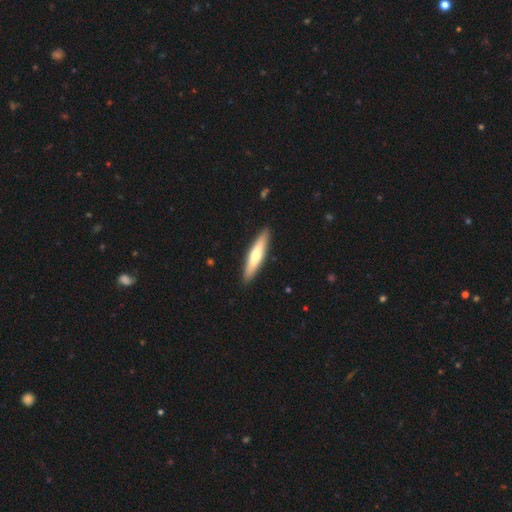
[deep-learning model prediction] smooth 53%, featured or disk 42%, star or artifact 5%. Down the decision tree: how rounded — cigar-shaped (84%); merging — none (91%).